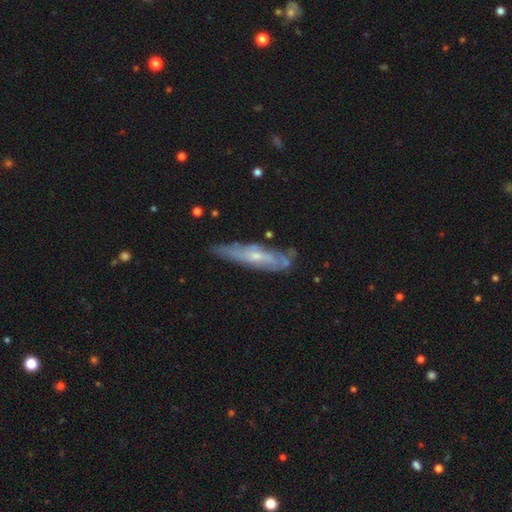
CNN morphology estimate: featured or disk 66%, smooth 28%, star or artifact 7%. Down the decision tree: edge-on disk — no (55%); merging — none (63%).